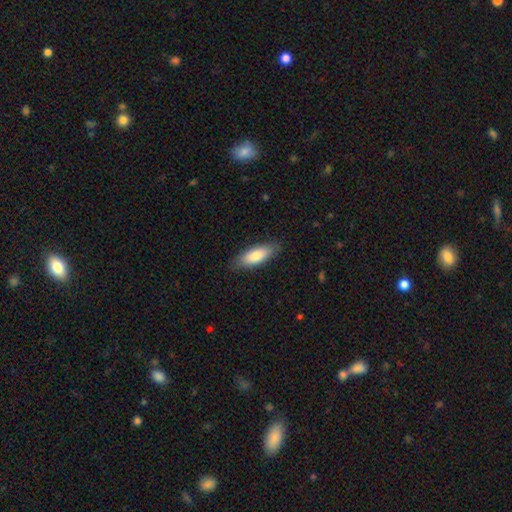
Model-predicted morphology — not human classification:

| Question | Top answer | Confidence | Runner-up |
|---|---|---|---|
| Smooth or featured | smooth | 81% | featured or disk (13%) |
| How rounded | in between | 69% | cigar-shaped (29%) |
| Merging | none | 85% | minor disturbance (12%) |